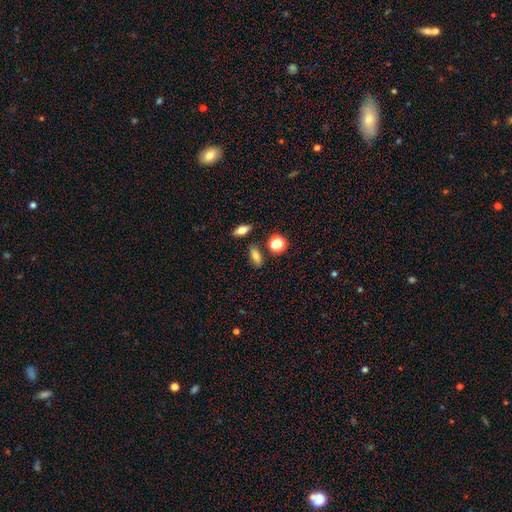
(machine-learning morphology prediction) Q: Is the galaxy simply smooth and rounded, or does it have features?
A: smooth — 72%.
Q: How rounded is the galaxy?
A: in between — 67%.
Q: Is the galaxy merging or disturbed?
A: none — 80%.